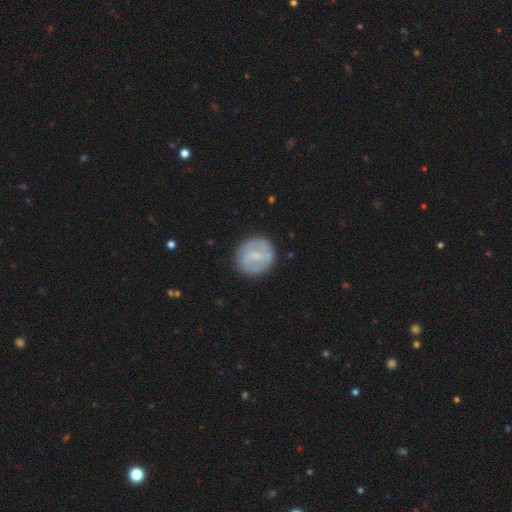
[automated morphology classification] Smooth or featured: featured or disk — 55% (smooth — 39%)
Edge-on disk: no — 97% (yes — 3%)
Bar: weak — 54% (no — 23%)
Spiral arms: yes — 62% (no — 38%)
Bulge size: small — 67% (moderate — 18%)
Merging: none — 84% (minor disturbance — 11%)